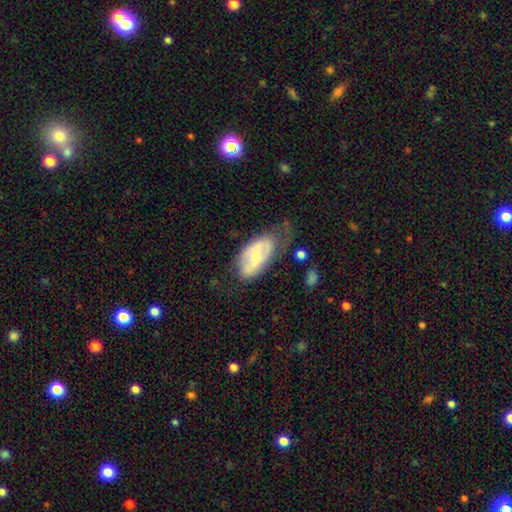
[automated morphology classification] Overall: featured or disk (55%; smooth 39%). Edge-on disk: no (92%). Bar: no (42%; weak 37%). Spiral arms: yes (60%; no 40%). Bulge size: small (52%; moderate 40%). Merging: none (41%; minor disturbance 33%).